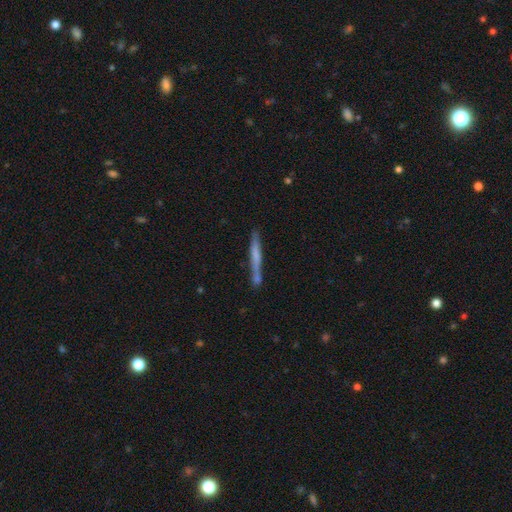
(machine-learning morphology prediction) smooth-or-featured: smooth: 50% | featured or disk: 43% | star or artifact: 7%
  how-rounded: cigar-shaped: 95% | in between: 3% | round: 1%
  merging: none: 67% | minor disturbance: 15% | merger: 14% | major disturbance: 4%